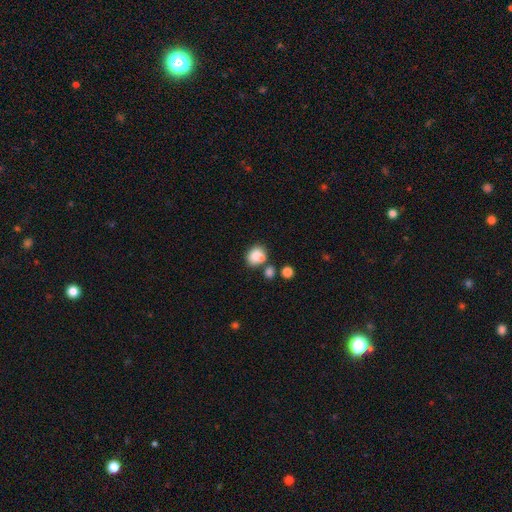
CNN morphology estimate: Overall: smooth (79%). How rounded: round (60%; in between 39%). Merging: none (51%; merger 31%).